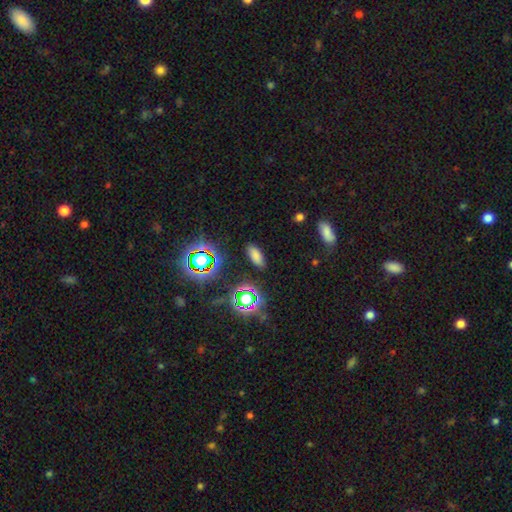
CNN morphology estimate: Smooth or featured: smooth — 71% (star or artifact — 22%)
How rounded: in between — 82% (cigar-shaped — 13%)
Merging: none — 87% (minor disturbance — 9%)